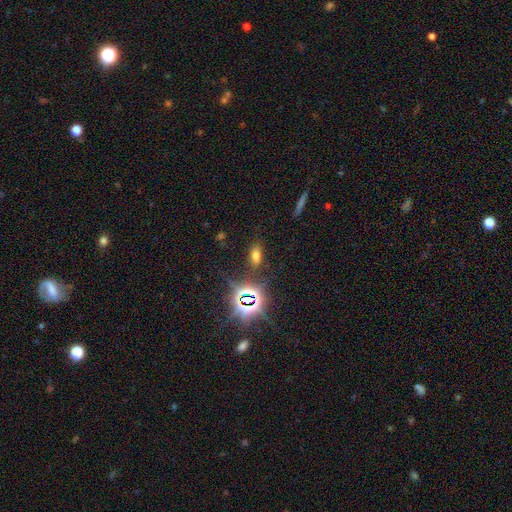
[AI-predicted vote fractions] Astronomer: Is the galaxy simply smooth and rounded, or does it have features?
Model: smooth — 59%.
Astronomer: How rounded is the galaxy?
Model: in between — 85%.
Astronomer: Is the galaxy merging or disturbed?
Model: none — 80%.